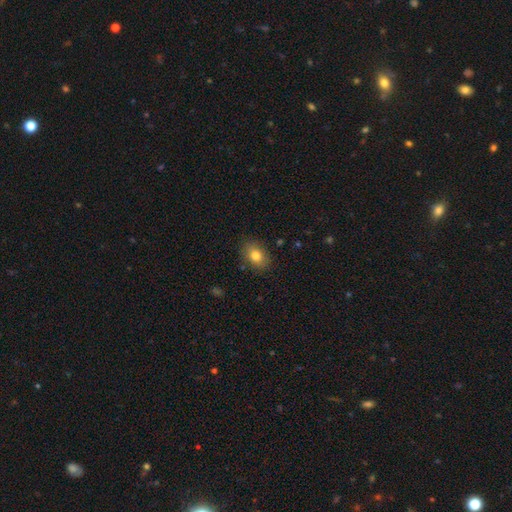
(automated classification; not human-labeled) Q: Smooth or featured?
A: smooth (81%); runner-up: featured or disk (10%)
Q: How rounded?
A: in between (71%); runner-up: round (28%)
Q: Merging?
A: none (87%); runner-up: minor disturbance (10%)